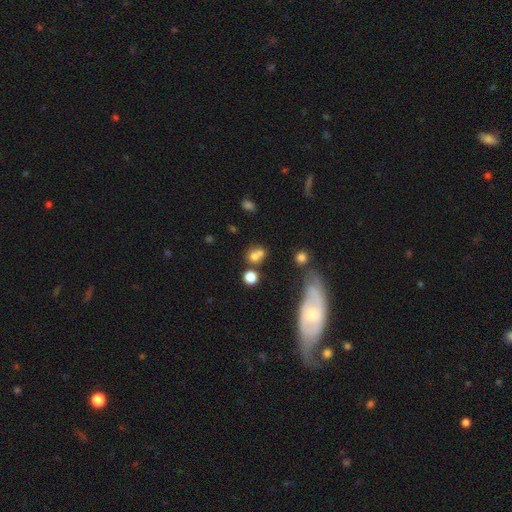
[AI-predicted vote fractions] A smooth galaxy with no disk features (69%) that is round (74%). Merging: merger (45%).